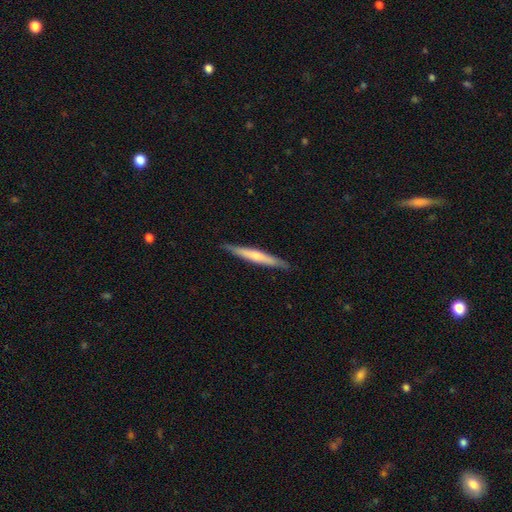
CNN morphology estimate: Smooth or featured? Predicted: smooth (p=0.50). Merging? Predicted: none (p=0.89).